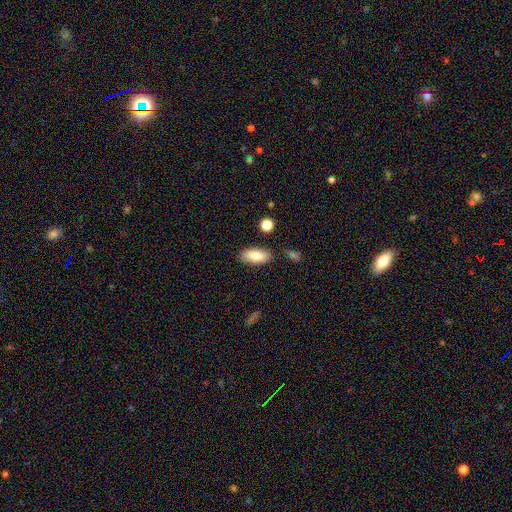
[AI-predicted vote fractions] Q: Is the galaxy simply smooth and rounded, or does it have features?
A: smooth — 82%.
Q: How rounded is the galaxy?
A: in between — 86%.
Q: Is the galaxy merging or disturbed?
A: none — 84%.